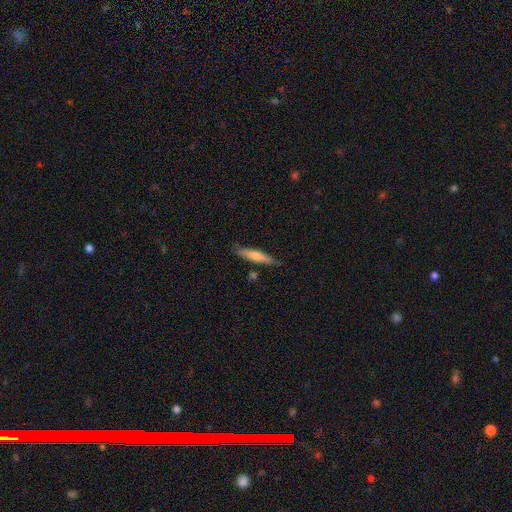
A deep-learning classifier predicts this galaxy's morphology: The model was most divided on "smooth or featured": smooth: 56%, featured or disk: 38%, star or artifact: 6%. More confident: how rounded — cigar-shaped (90%); merging — none (85%).